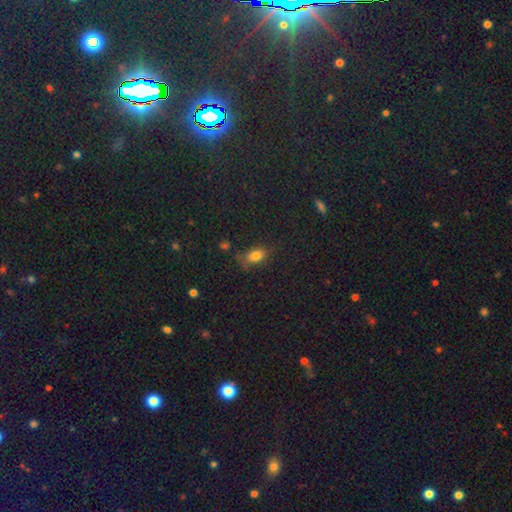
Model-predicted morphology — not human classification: Q: Smooth or featured?
A: smooth (76%); runner-up: star or artifact (16%)
Q: How rounded?
A: in between (80%); runner-up: round (16%)
Q: Merging?
A: none (67%); runner-up: minor disturbance (21%)